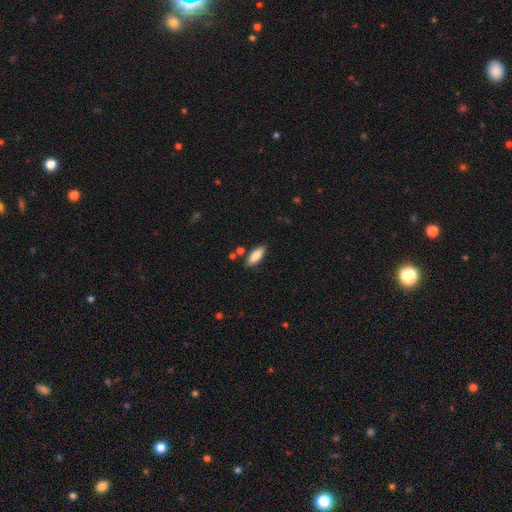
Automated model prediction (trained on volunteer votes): smooth-or-featured: smooth: 82% | featured or disk: 11% | star or artifact: 6%
  how-rounded: in between: 76% | cigar-shaped: 22% | round: 2%
  merging: none: 81% | minor disturbance: 12% | merger: 4% | major disturbance: 2%